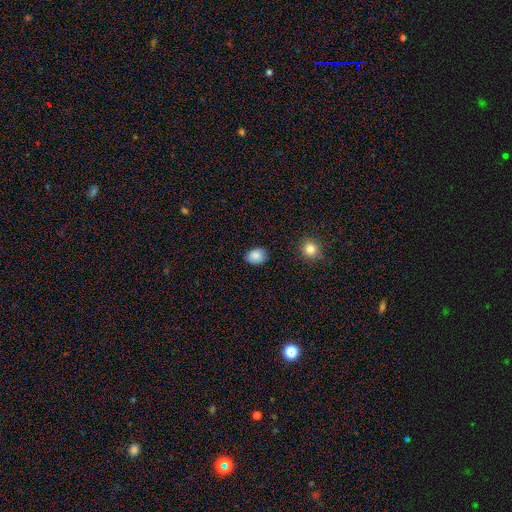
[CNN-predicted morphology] Smooth or featured: smooth — 85% (star or artifact — 9%)
How rounded: in between — 56% (round — 43%)
Merging: none — 82% (minor disturbance — 14%)